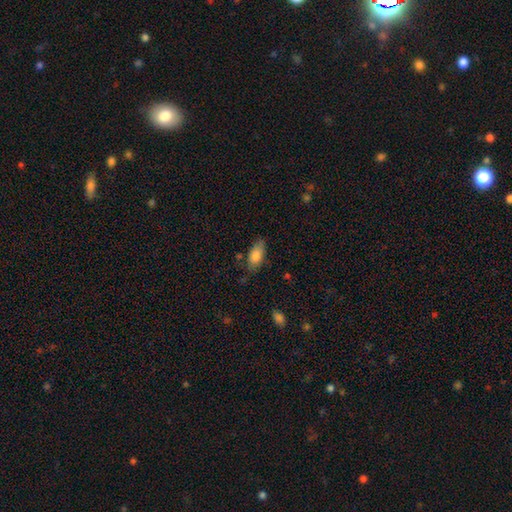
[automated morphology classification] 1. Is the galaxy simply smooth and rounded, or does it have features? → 82% smooth, 11% featured or disk, 7% star or artifact.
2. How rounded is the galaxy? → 87% in between, 10% cigar-shaped, 3% round.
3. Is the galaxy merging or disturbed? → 72% none, 21% minor disturbance, 5% major disturbance, 3% merger.